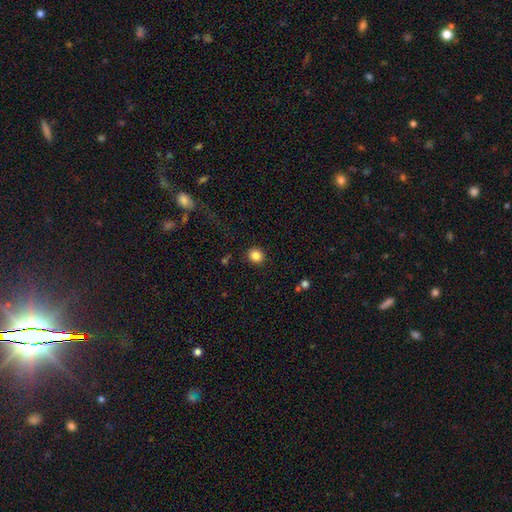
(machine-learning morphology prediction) smooth-or-featured: smooth: 85% | star or artifact: 10% | featured or disk: 4%
  how-rounded: round: 83% | in between: 16% | cigar-shaped: 1%
  merging: none: 89% | minor disturbance: 7% | major disturbance: 2% | merger: 1%